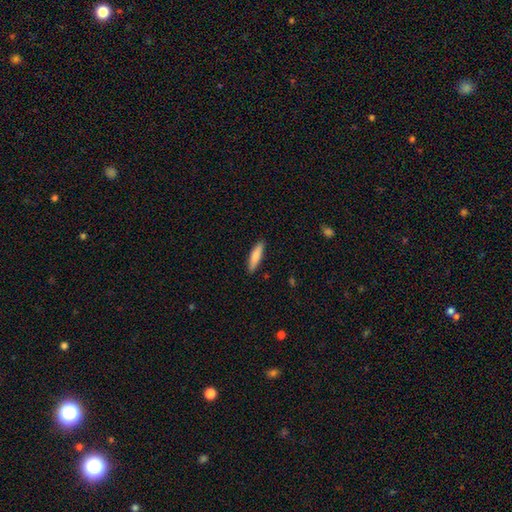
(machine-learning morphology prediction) smooth 81%, featured or disk 13%, star or artifact 6%. Down the decision tree: how rounded — cigar-shaped (74%); merging — none (89%).